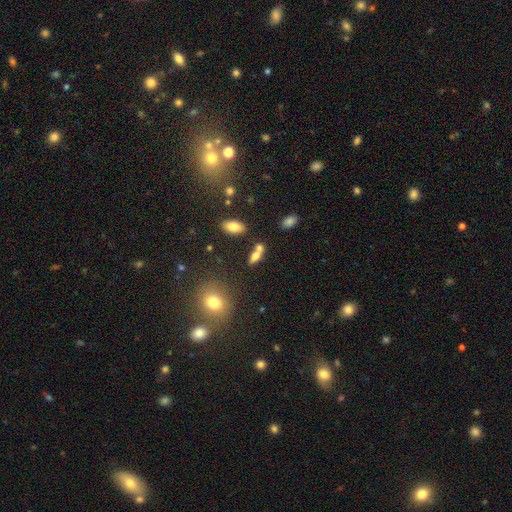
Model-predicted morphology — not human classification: This appears to be a smooth galaxy with no disk features (65%) that is in between round and cigar-shaped (70%). Merging: none (47%).